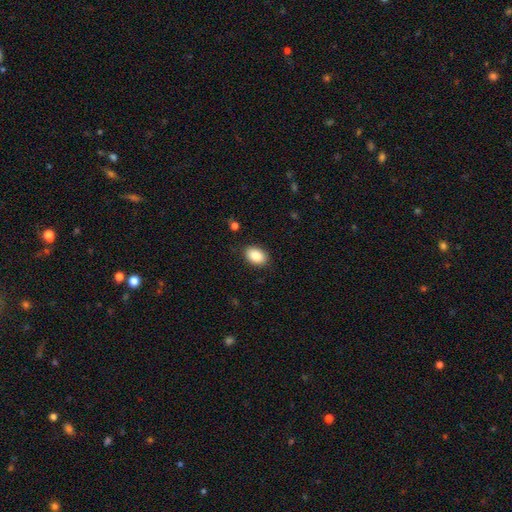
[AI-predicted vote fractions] smooth-or-featured: smooth: 87% | star or artifact: 8% | featured or disk: 5%
  how-rounded: in between: 82% | round: 17% | cigar-shaped: 1%
  merging: none: 87% | minor disturbance: 9% | major disturbance: 2% | merger: 1%